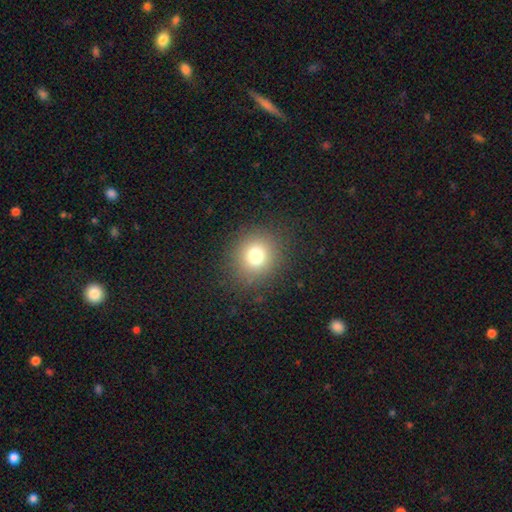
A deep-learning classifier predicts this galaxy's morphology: Smooth or featured? smooth (76%)
How rounded? round (86%)
Merging? none (88%)